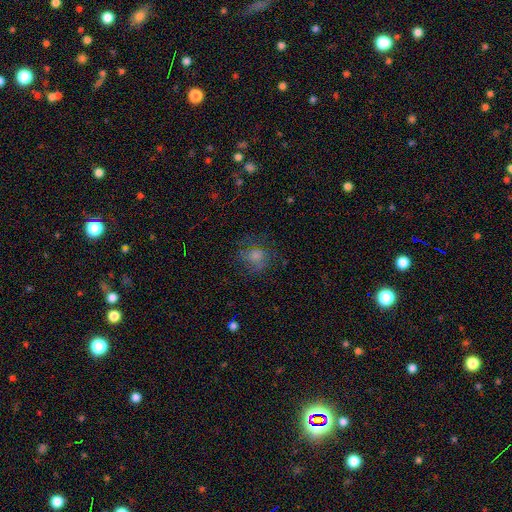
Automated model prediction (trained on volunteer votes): Smooth or featured?
  - smooth: 54% *
  - featured or disk: 24%
  - star or artifact: 22%
How rounded?
  - round: 75% *
  - in between: 23%
  - cigar-shaped: 1%
Merging?
  - none: 70% *
  - minor disturbance: 16%
  - major disturbance: 12%
  - merger: 1%